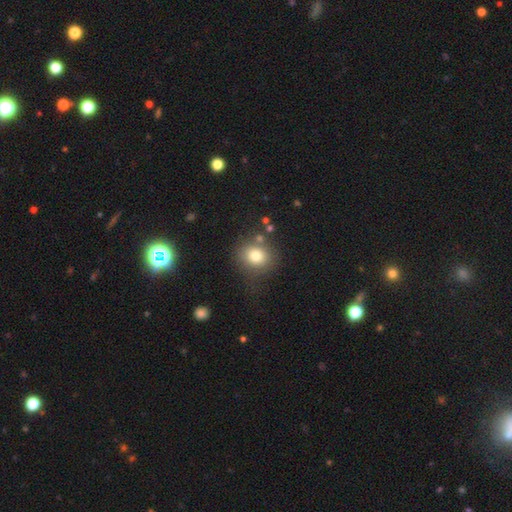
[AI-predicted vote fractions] A smooth galaxy with no disk features (77%) that is round (78%).

Vote fractions:
- Smooth or featured? smooth: 77% / star or artifact: 12% / featured or disk: 11%
- How rounded? round: 78% / in between: 21% / cigar-shaped: 1%
- Merging? none: 71% / minor disturbance: 15% / merger: 7% / major disturbance: 7%